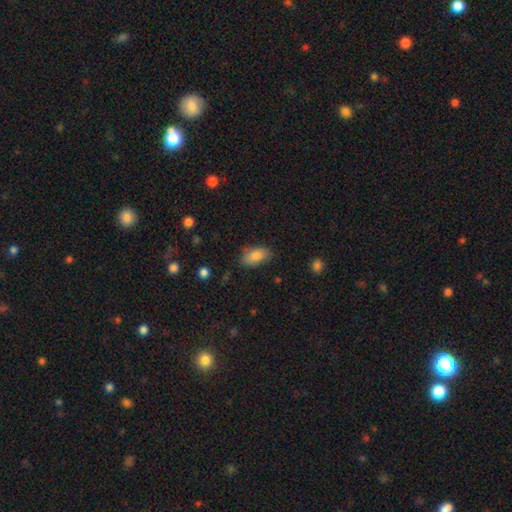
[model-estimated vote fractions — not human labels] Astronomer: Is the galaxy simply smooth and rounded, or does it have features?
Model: smooth — 85%.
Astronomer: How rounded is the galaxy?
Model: in between — 90%.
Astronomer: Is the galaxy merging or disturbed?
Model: none — 78%.